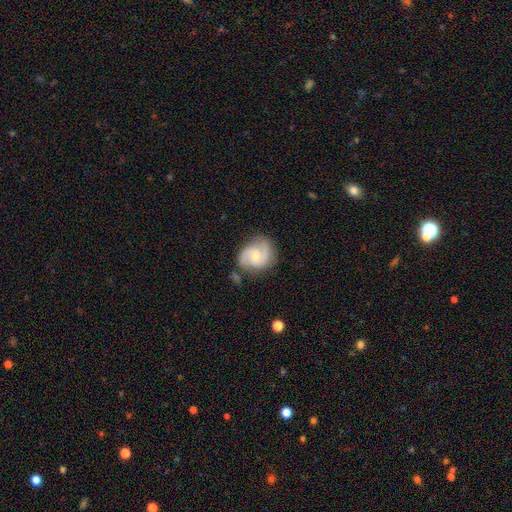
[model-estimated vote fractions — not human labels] Overall: featured or disk (76%). Edge-on disk: no (98%). Bar: no (53%; weak 41%). Spiral arms: yes (94%). Spiral arm count: 2 (85%). Spiral winding: medium (50%; tight 28%). Bulge size: moderate (48%, tied with small). Merging: none (67%).